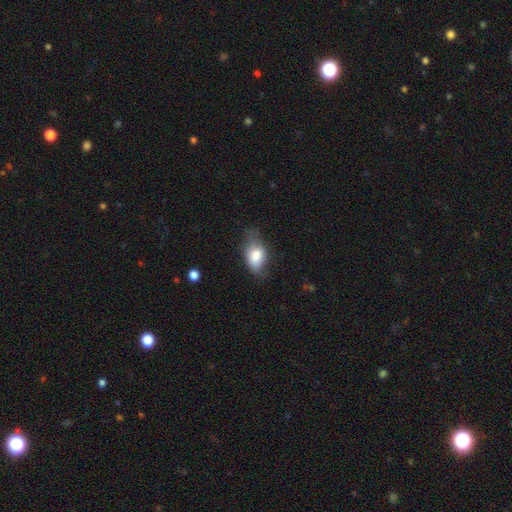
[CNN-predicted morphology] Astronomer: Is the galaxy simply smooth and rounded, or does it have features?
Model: smooth — 78%.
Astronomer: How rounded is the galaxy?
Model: in between — 89%.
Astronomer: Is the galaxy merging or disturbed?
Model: none — 53% (runner-up: minor disturbance, 34%).